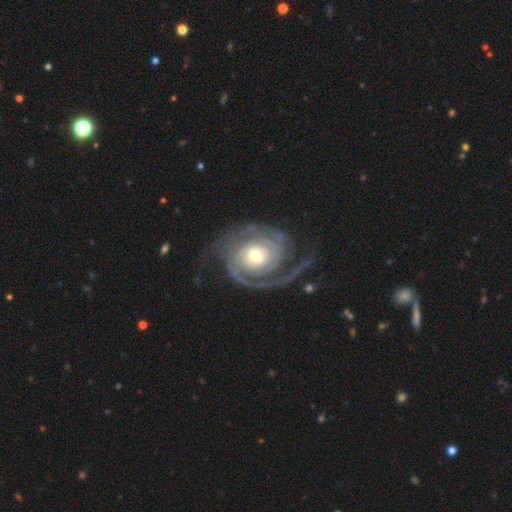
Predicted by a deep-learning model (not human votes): Overall: featured or disk (91%). Edge-on disk: no (98%). Bar: no (62%; weak 28%). Spiral arms: yes (98%). Spiral arm count: 2 (57%). Spiral winding: tight (60%; medium 31%). Bulge size: moderate (60%; small 27%). Merging: none (66%).